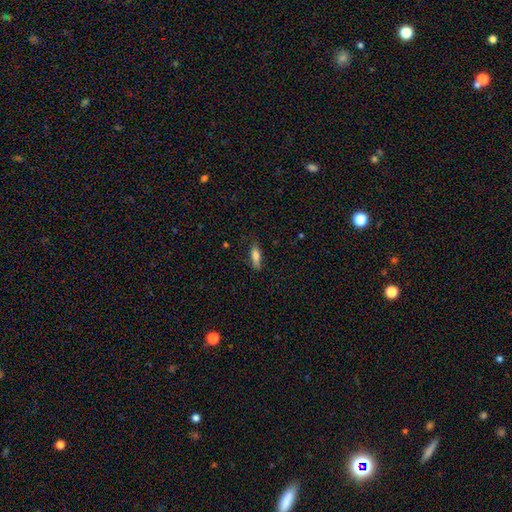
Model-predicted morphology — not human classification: Smooth or featured? smooth (76%)
How rounded? in between (49%)
Merging? none (77%)